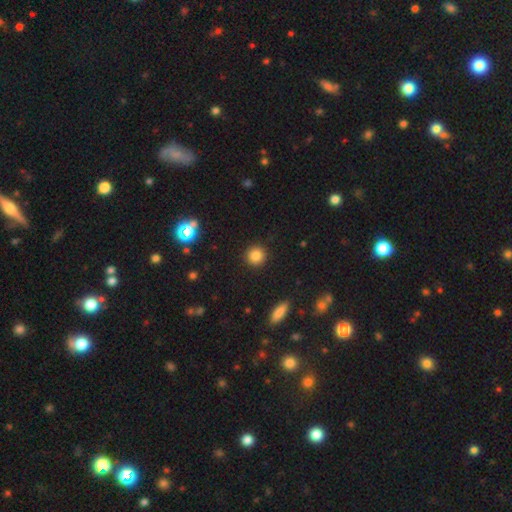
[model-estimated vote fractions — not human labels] This appears to be a smooth galaxy with no disk features (84%) that is round (93%). Merging: none (92%).